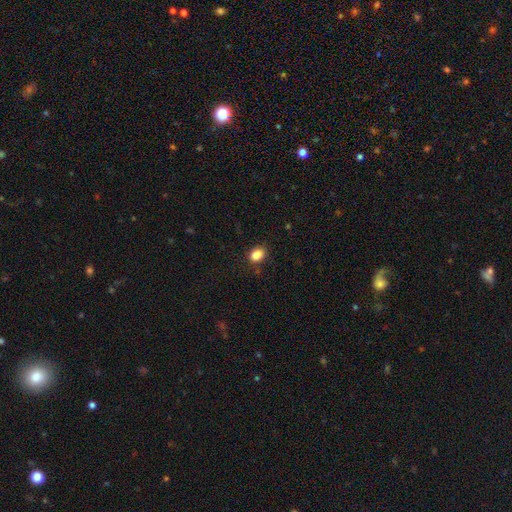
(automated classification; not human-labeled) Smooth or featured?
  - smooth: 86% *
  - star or artifact: 10%
  - featured or disk: 4%
How rounded?
  - in between: 65% *
  - round: 34%
  - cigar-shaped: 1%
Merging?
  - none: 81% *
  - minor disturbance: 13%
  - major disturbance: 3%
  - merger: 2%